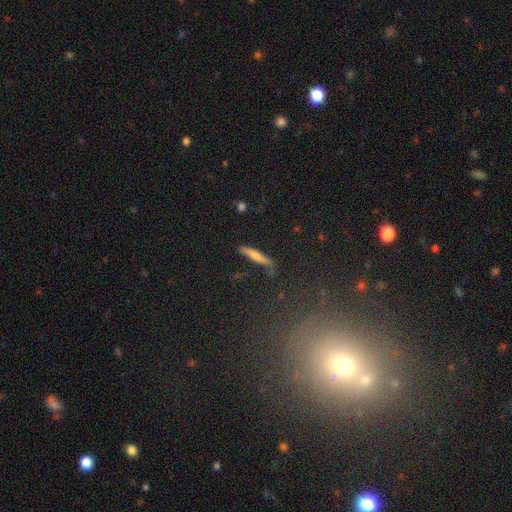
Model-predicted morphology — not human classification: Overall: smooth (62%; featured or disk 29%). How rounded: cigar-shaped (90%). Merging: none (72%).